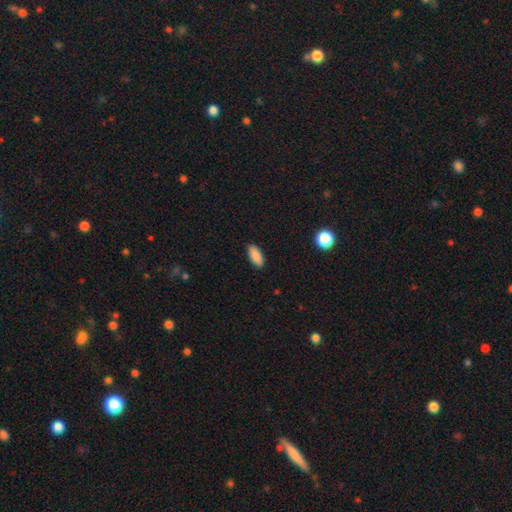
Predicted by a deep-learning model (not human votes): Smooth or featured? Predicted: smooth (p=0.89). How rounded? Predicted: in between (p=0.87). Merging? Predicted: none (p=0.89).